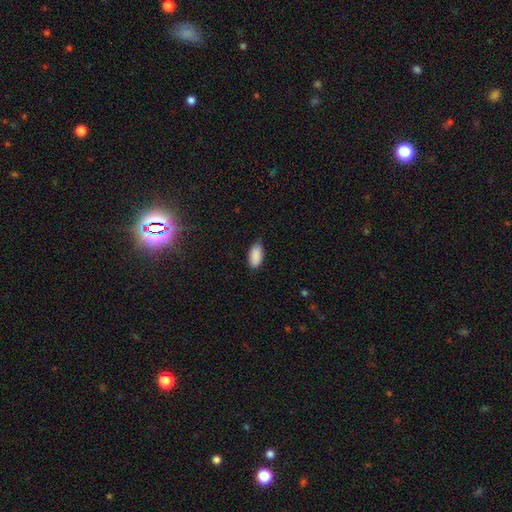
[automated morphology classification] smooth-or-featured: smooth: 89% | star or artifact: 7% | featured or disk: 4%
  how-rounded: in between: 93% | cigar-shaped: 5% | round: 3%
  merging: none: 72% | minor disturbance: 23% | major disturbance: 3% | merger: 1%